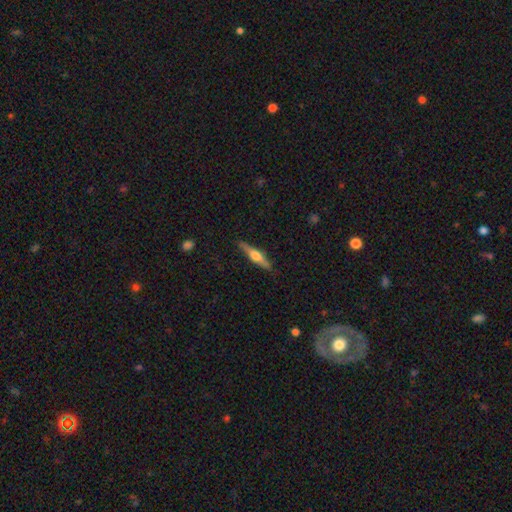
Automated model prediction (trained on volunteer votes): Smooth or featured?
  - featured or disk: 67% *
  - smooth: 27%
  - star or artifact: 6%
Edge-on disk?
  - yes: 97% *
  - no: 3%
Edge-on bulge?
  - rounded: 92% *
  - boxy: 6%
  - none: 3%
Merging?
  - none: 89% *
  - minor disturbance: 8%
  - major disturbance: 2%
  - merger: 1%